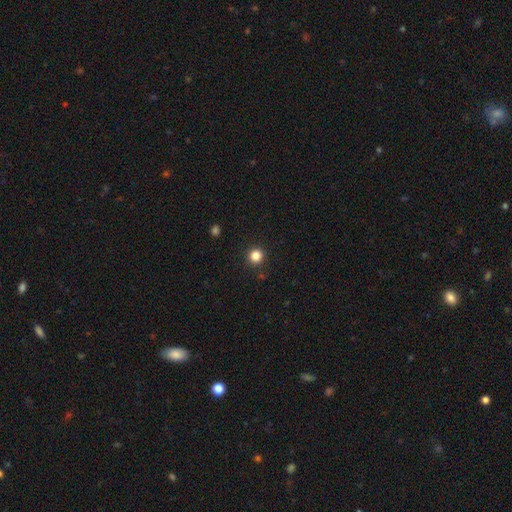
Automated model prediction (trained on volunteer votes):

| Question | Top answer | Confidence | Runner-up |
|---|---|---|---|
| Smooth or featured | smooth | 83% | star or artifact (13%) |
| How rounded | round | 93% | in between (6%) |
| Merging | none | 91% | minor disturbance (6%) |